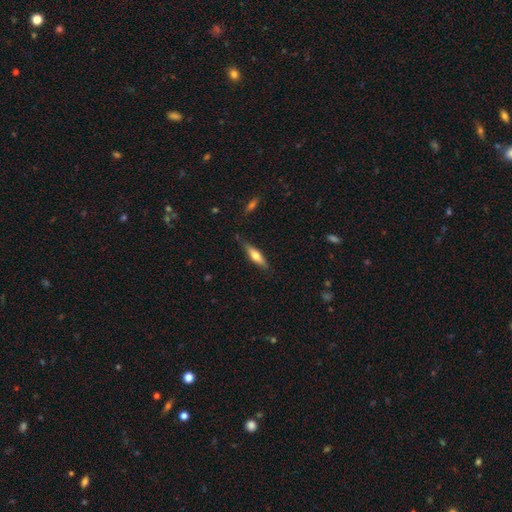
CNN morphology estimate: smooth-or-featured: smooth: 55% | featured or disk: 39% | star or artifact: 6%
  how-rounded: cigar-shaped: 69% | in between: 29% | round: 2%
  merging: none: 80% | minor disturbance: 15% | major disturbance: 3% | merger: 2%